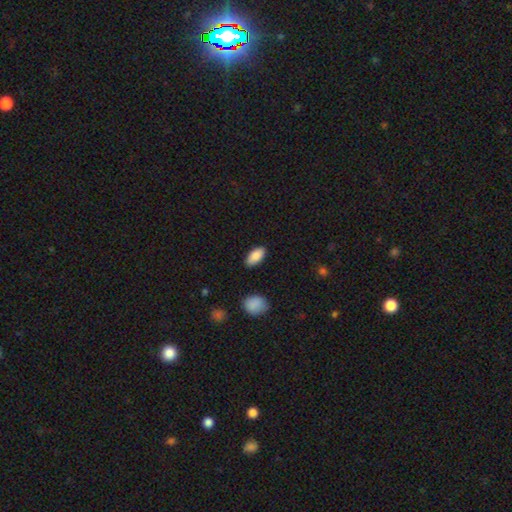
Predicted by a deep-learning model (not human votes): smooth-or-featured: smooth: 88% | star or artifact: 7% | featured or disk: 5%
  how-rounded: in between: 92% | cigar-shaped: 6% | round: 3%
  merging: none: 86% | minor disturbance: 11% | major disturbance: 2% | merger: 2%